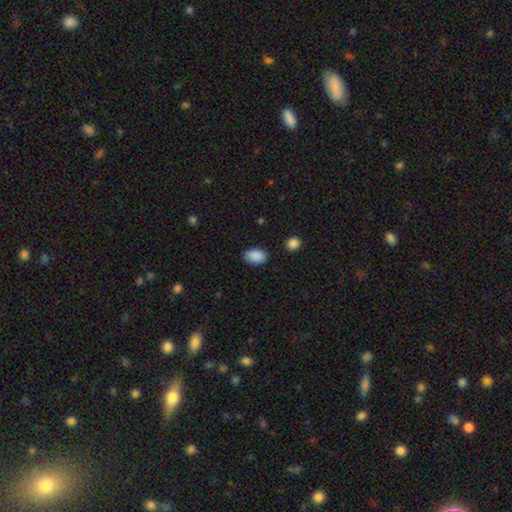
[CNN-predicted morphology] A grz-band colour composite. It shows a smooth galaxy with no disk features (90%) that is in between round and cigar-shaped (90%). Merging: none (84%).